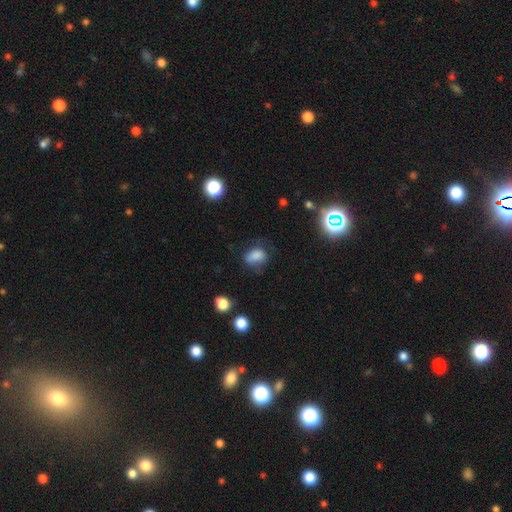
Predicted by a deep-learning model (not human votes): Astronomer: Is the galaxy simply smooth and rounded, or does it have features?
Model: smooth — 77%.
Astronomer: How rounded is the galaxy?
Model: in between — 76%.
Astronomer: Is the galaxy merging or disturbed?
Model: none — 48% (runner-up: minor disturbance, 30%).